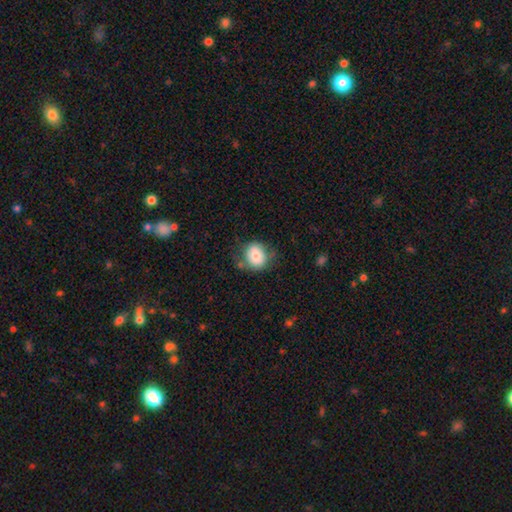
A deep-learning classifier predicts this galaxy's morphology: Smooth or featured? smooth (75%)
How rounded? round (67%)
Merging? none (69%)